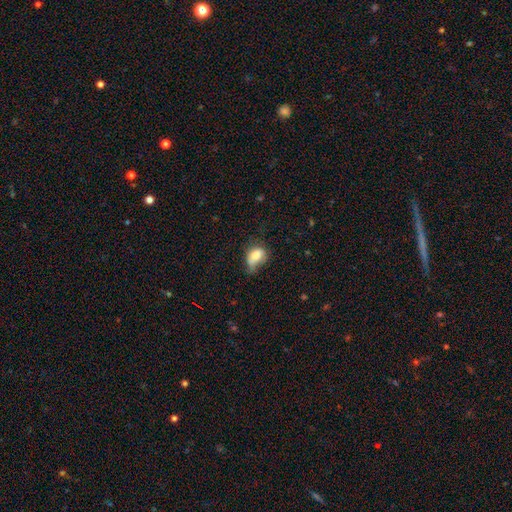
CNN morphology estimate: smooth 78%, featured or disk 13%, star or artifact 9%. Down the decision tree: how rounded — in between (75%); merging — minor disturbance (42%).